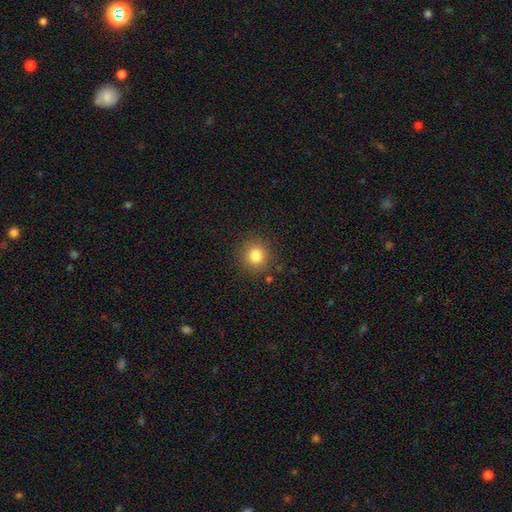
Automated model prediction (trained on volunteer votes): Smooth or featured: smooth — 82% (star or artifact — 12%)
How rounded: round — 90% (in between — 9%)
Merging: none — 88% (minor disturbance — 8%)